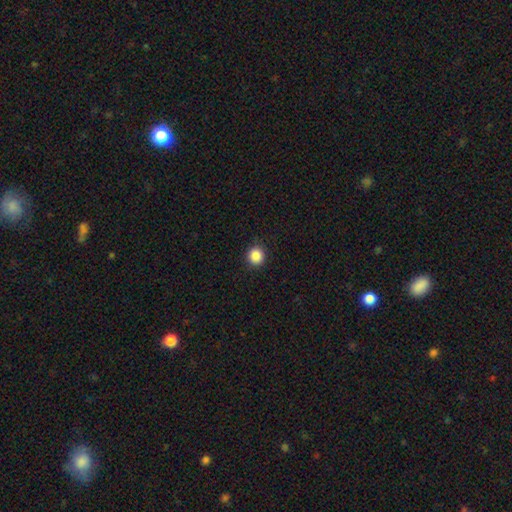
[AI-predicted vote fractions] The model was most divided on "smooth or featured": smooth: 87%, star or artifact: 10%, featured or disk: 3%. More confident: how rounded — round (93%); merging — none (92%).